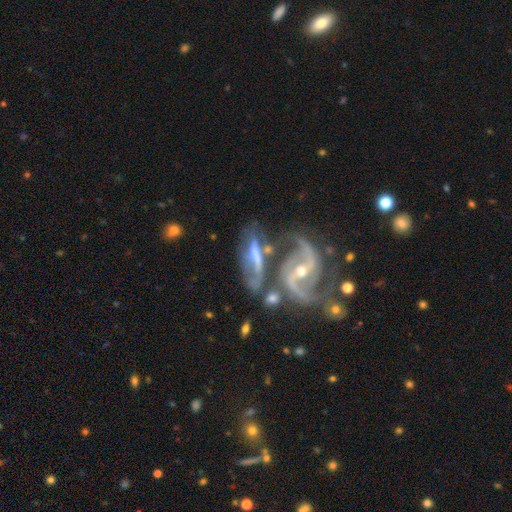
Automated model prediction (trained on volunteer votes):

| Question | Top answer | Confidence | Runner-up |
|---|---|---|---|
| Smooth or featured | featured or disk | 75% | smooth (18%) |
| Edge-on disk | no | 88% | yes (12%) |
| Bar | strong | 42% | weak (33%) |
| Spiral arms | yes | 84% | no (16%) |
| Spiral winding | medium | 41% | loose (40%) |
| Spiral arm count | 2 | 77% | can't tell (10%) |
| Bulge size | moderate | 51% | small (35%) |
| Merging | merger | 40% | none (26%) |